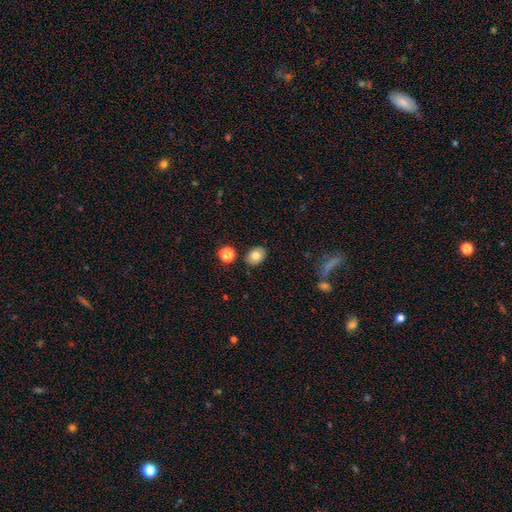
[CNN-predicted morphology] smooth 79%, featured or disk 11%, star or artifact 9%. Down the decision tree: how rounded — in between (62%); merging — none (85%).